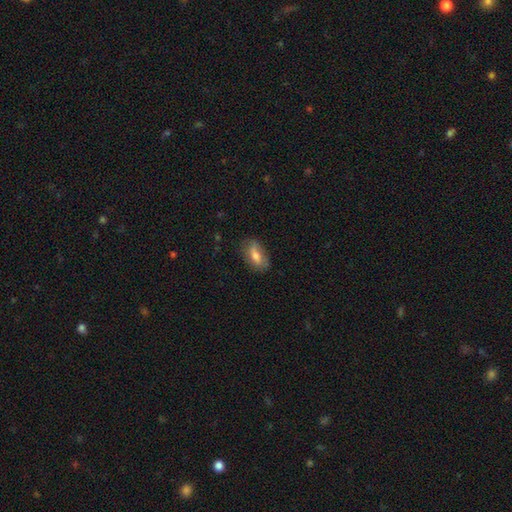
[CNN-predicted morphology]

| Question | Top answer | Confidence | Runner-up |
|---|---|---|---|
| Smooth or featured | smooth | 68% | featured or disk (25%) |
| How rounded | in between | 85% | cigar-shaped (9%) |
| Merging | none | 70% | minor disturbance (22%) |